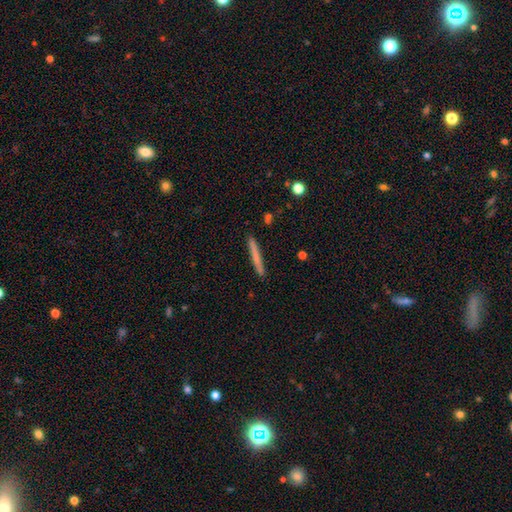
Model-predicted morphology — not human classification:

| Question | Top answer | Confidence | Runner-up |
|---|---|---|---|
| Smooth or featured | smooth | 67% | featured or disk (27%) |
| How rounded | cigar-shaped | 96% | in between (2%) |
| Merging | none | 90% | minor disturbance (7%) |